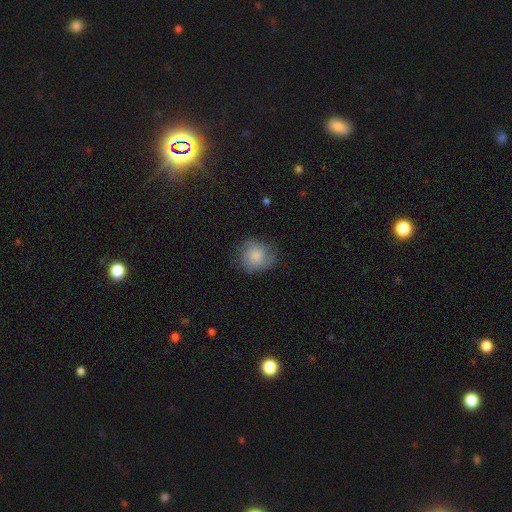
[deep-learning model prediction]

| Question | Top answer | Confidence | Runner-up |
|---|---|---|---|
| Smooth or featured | smooth | 71% | featured or disk (21%) |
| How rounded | round | 83% | in between (16%) |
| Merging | none | 71% | minor disturbance (20%) |